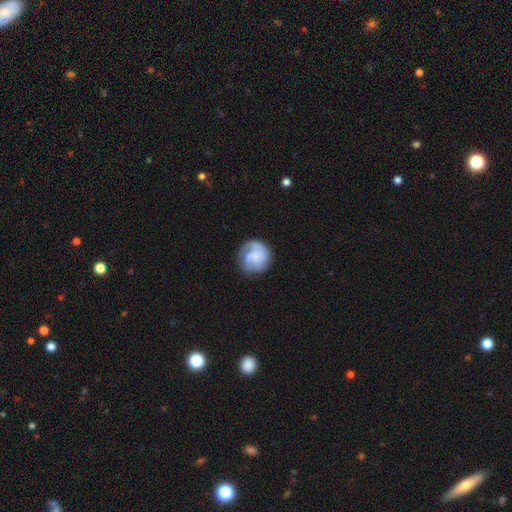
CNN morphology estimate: Smooth or featured: featured or disk — 58% (smooth — 35%)
Edge-on disk: no — 98% (yes — 2%)
Bar: no — 70% (weak — 26%)
Spiral arms: yes — 91% (no — 9%)
Spiral winding: tight — 47% (medium — 36%)
Spiral arm count: 3 — 28% (can't tell — 24%)
Bulge size: none — 42% (small — 35%)
Merging: none — 73% (minor disturbance — 17%)